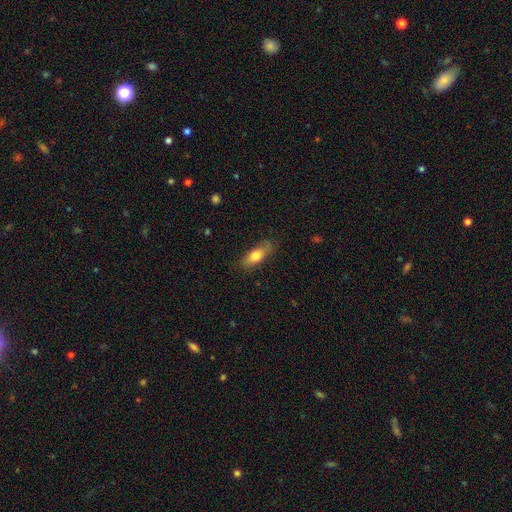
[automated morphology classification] This appears to be a smooth galaxy with no disk features (75%) that is in between round and cigar-shaped (72%). Merging: none (72%).